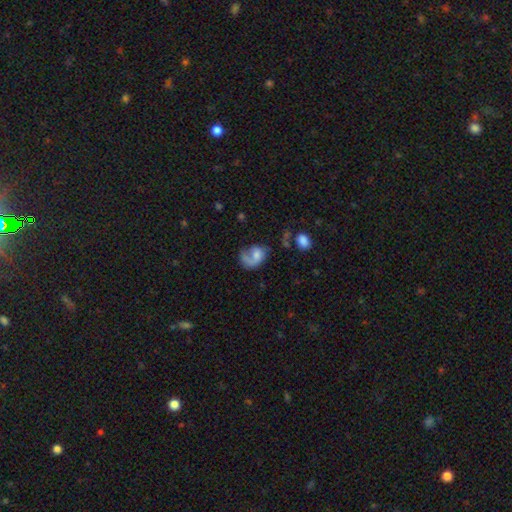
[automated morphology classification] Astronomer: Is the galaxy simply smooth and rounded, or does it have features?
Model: featured or disk — 49% (runner-up: smooth, 43%).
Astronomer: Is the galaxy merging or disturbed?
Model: major disturbance — 41% (runner-up: none, 33%).